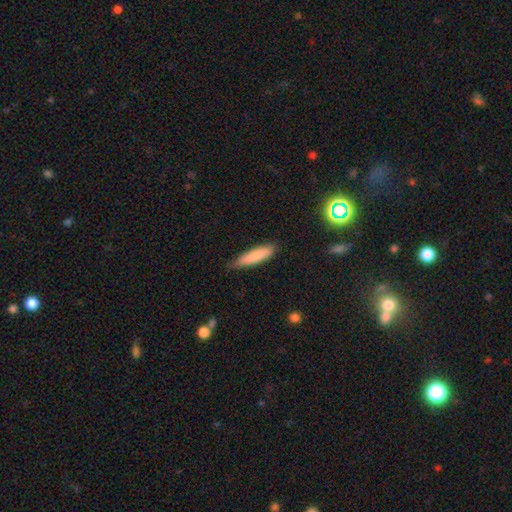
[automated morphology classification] This appears to be a smooth galaxy with no disk features (81%) that is cigar-shaped (80%). Merging: none (76%).